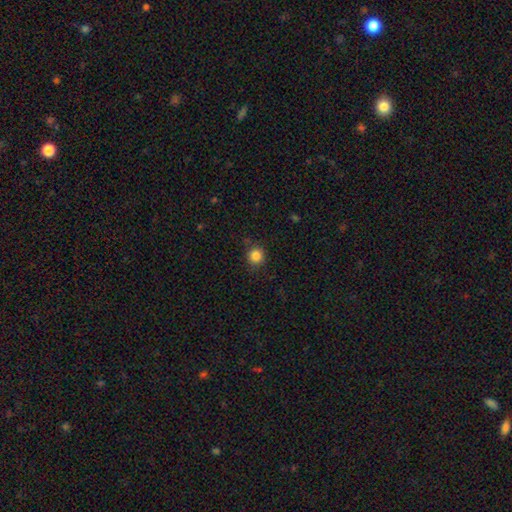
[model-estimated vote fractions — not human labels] Q: Smooth or featured?
A: smooth (85%); runner-up: star or artifact (11%)
Q: How rounded?
A: round (92%); runner-up: in between (7%)
Q: Merging?
A: none (87%); runner-up: minor disturbance (9%)